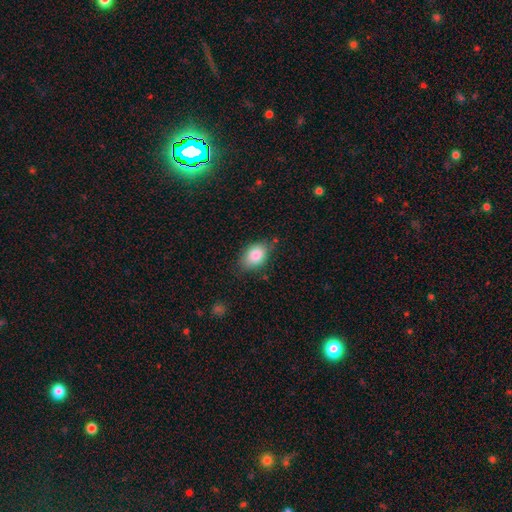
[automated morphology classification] smooth_or_featured: smooth (p=0.85) [alt: star or artifact p=0.07]
how_rounded: in between (p=0.83) [alt: round p=0.15]
merging: none (p=0.71) [alt: minor disturbance p=0.22]